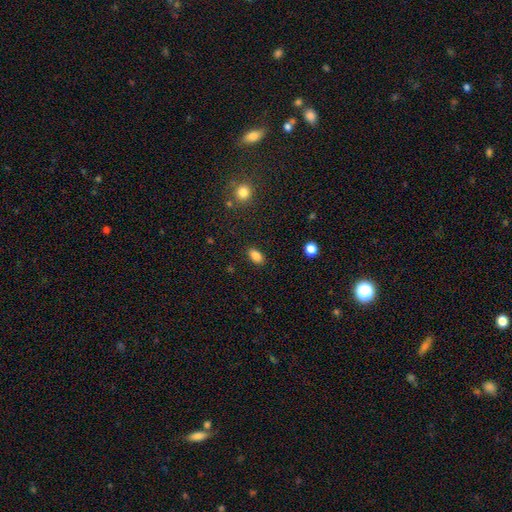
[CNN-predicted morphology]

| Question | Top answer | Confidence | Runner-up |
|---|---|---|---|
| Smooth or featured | smooth | 86% | star or artifact (9%) |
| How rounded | in between | 90% | round (7%) |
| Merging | none | 88% | minor disturbance (8%) |